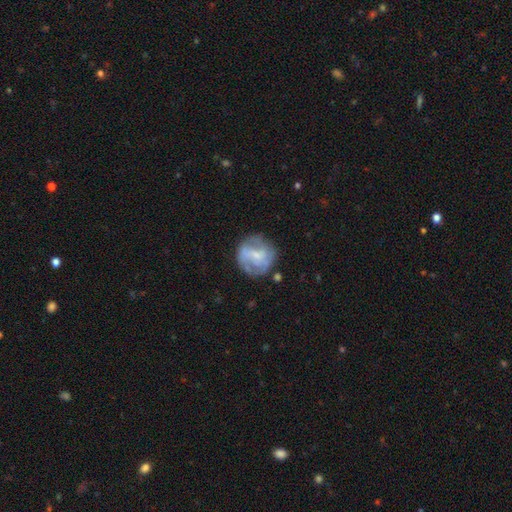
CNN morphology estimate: smooth-or-featured: featured or disk: 56% | smooth: 36% | star or artifact: 8%
  disk-edge-on: no: 97% | yes: 3%
    bar: no: 52% | weak: 37% | strong: 10%
    has-spiral-arms: yes: 56% | no: 44%
    bulge-size: small: 49% | moderate: 28% | none: 19% | large: 3% | dominant: 1%
  merging: none: 68% | minor disturbance: 19% | major disturbance: 10% | merger: 3%